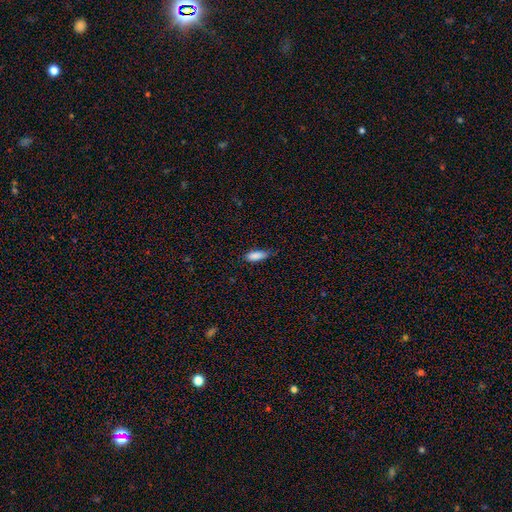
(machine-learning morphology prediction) A smooth galaxy with no disk features (87%) that is in between round and cigar-shaped (69%). Merging: none (68%).